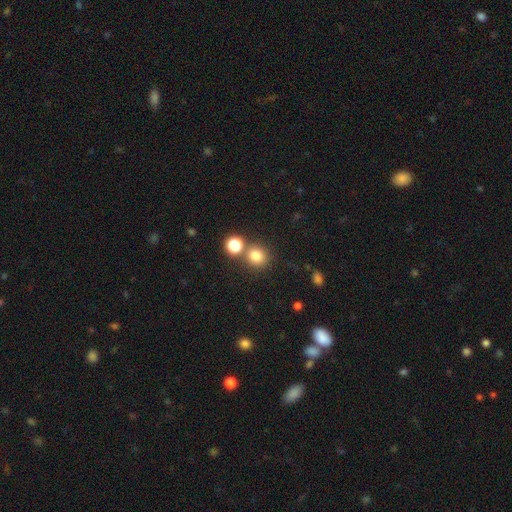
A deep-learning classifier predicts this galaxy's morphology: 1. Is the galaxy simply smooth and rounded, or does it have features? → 79% smooth, 15% star or artifact, 7% featured or disk.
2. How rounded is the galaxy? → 89% round, 10% in between, 1% cigar-shaped.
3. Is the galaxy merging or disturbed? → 71% none, 18% merger, 8% minor disturbance, 3% major disturbance.